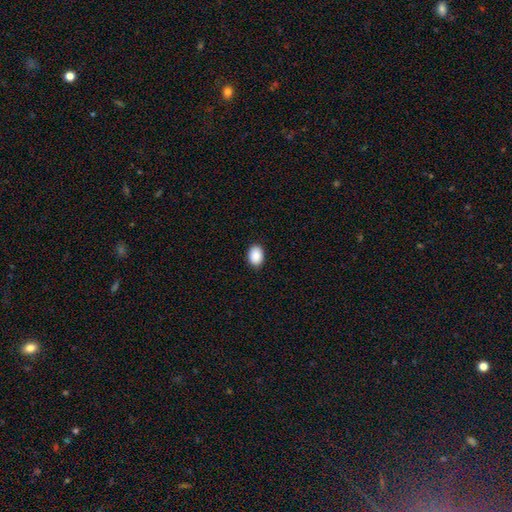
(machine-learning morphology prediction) Smooth or featured? smooth (90%)
How rounded? in between (77%)
Merging? none (91%)